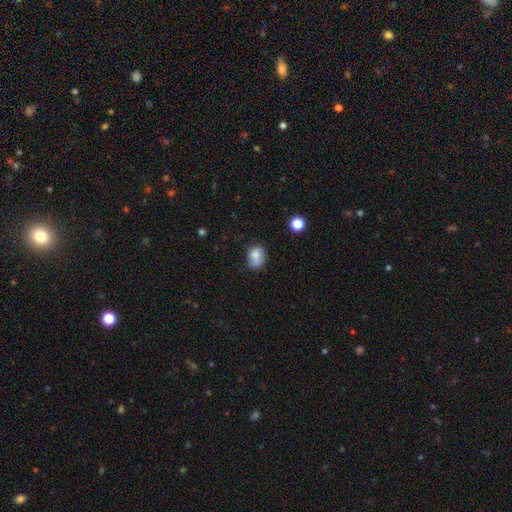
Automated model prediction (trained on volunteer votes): Smooth or featured: smooth — 76% (featured or disk — 14%)
How rounded: in between — 58% (round — 41%)
Merging: none — 49% (minor disturbance — 29%)